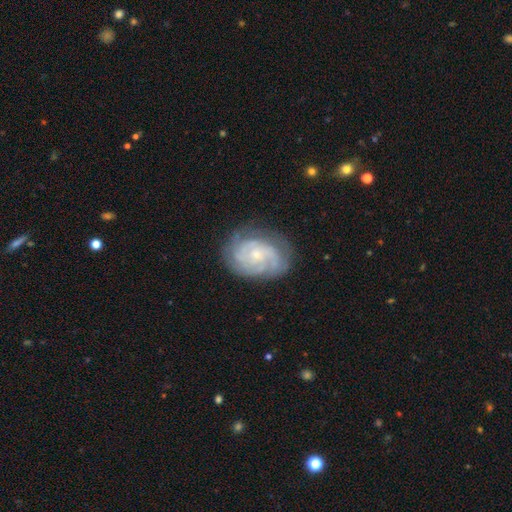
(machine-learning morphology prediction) Smooth or featured? Predicted: featured or disk (p=0.76). Edge-on disk? Predicted: no (p=0.97). Bar? Predicted: no (p=0.71). Spiral arms? Predicted: yes (p=0.93). Spiral winding? Predicted: tight (p=0.67). Spiral arm count? Predicted: can't tell (p=0.34). Bulge size? Predicted: small (p=0.64). Merging? Predicted: none (p=0.75).